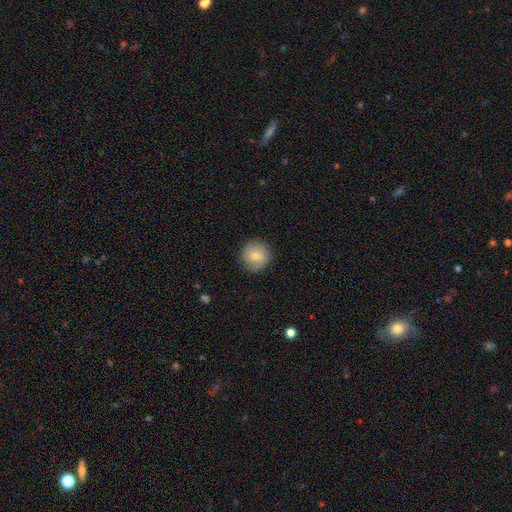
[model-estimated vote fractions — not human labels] Smooth or featured: smooth — 69% (featured or disk — 23%)
How rounded: round — 93% (in between — 6%)
Merging: none — 84% (minor disturbance — 12%)